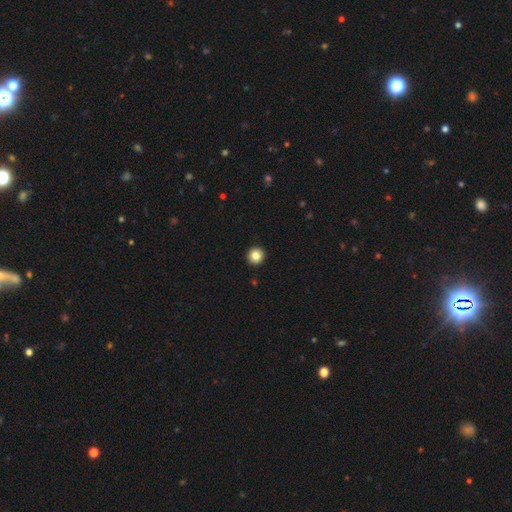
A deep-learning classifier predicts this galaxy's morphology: This appears to be a smooth galaxy with no disk features (84%) that is round (96%). Merging: none (94%).